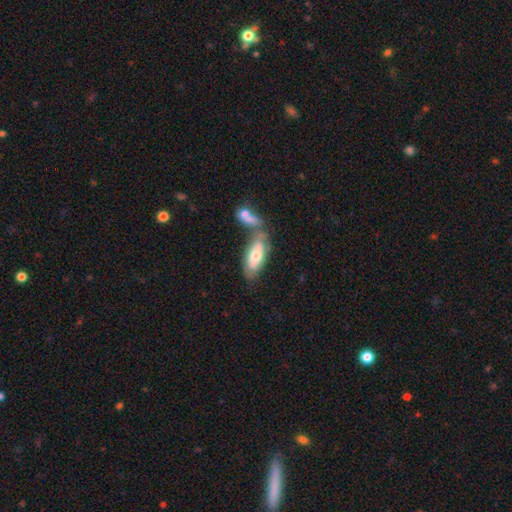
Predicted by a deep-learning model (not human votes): smooth 57%, featured or disk 37%, star or artifact 6%. Down the decision tree: how rounded — in between (80%); merging — merger (43%).